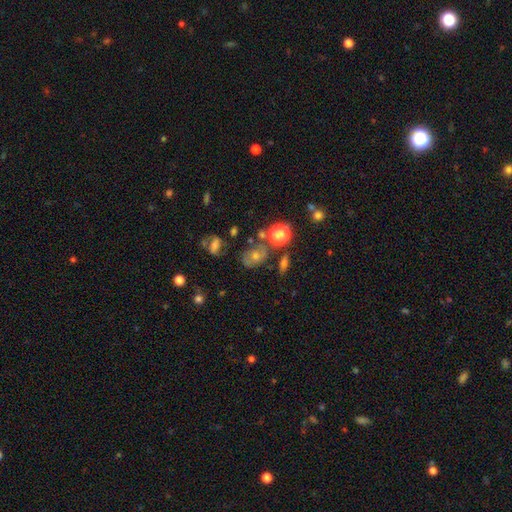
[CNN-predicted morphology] Smooth or featured? smooth (39%)
Merging? none (64%)